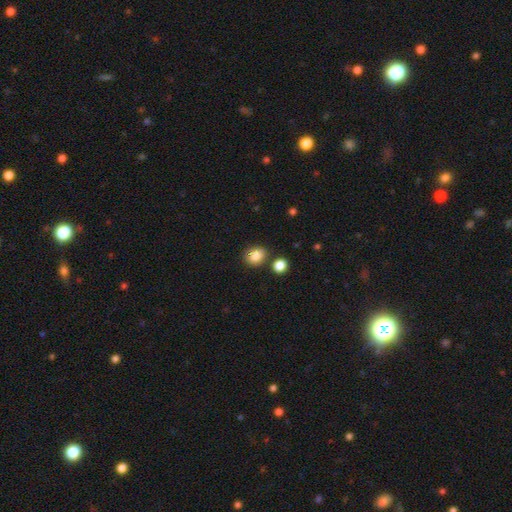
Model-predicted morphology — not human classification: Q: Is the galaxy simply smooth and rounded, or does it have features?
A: smooth — 85%.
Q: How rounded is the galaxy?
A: round — 58%.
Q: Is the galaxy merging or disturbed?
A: none — 77%.